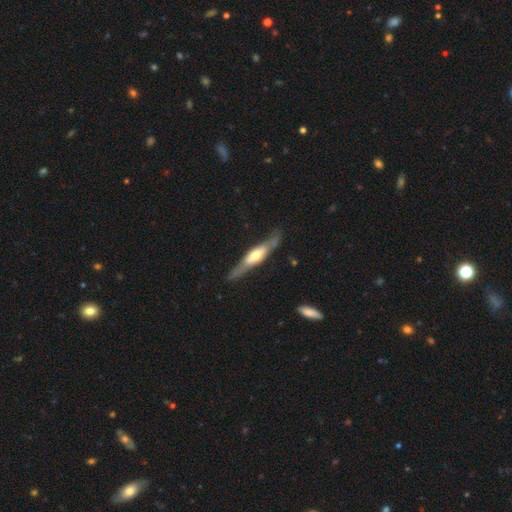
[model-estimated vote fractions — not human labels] featured or disk 65%, smooth 30%, star or artifact 5%. Down the decision tree: edge-on disk — yes (77%); merging — none (74%).